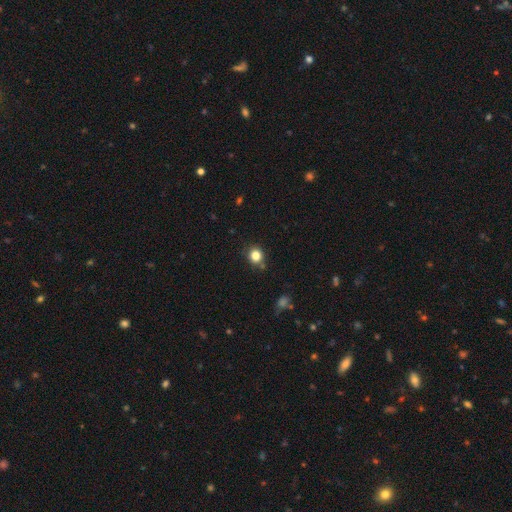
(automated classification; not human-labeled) Smooth or featured? Predicted: smooth (p=0.82). How rounded? Predicted: round (p=0.82). Merging? Predicted: none (p=0.80).